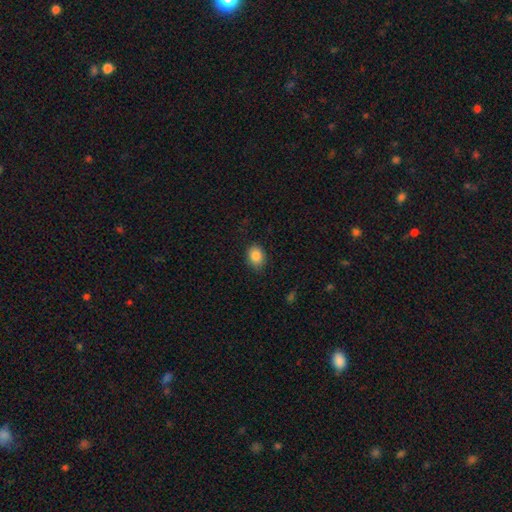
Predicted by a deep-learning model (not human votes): A smooth galaxy with no disk features (86%) that is in between round and cigar-shaped (57%).

Vote fractions:
- Smooth or featured? smooth: 86% / star or artifact: 9% / featured or disk: 5%
- How rounded? in between: 57% / round: 42% / cigar-shaped: 1%
- Merging? none: 83% / minor disturbance: 14% / major disturbance: 3% / merger: 1%